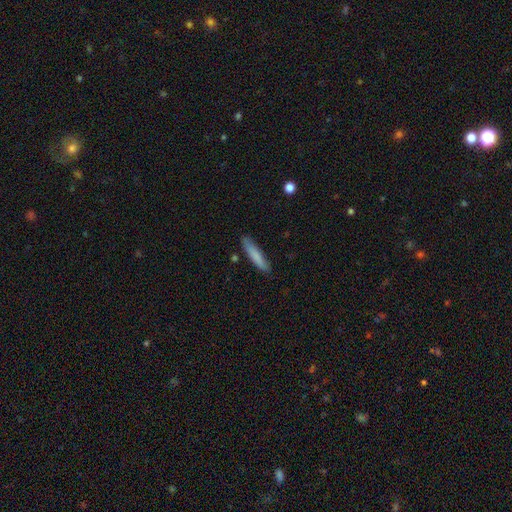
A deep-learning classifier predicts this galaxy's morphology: Overall: smooth (81%). How rounded: cigar-shaped (88%). Merging: none (85%).